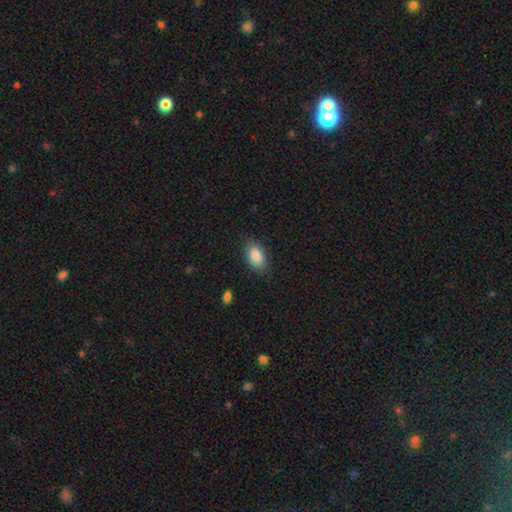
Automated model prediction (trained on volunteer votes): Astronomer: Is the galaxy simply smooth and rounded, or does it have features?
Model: smooth — 88%.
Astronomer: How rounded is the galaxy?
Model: in between — 92%.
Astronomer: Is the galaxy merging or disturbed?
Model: none — 84%.